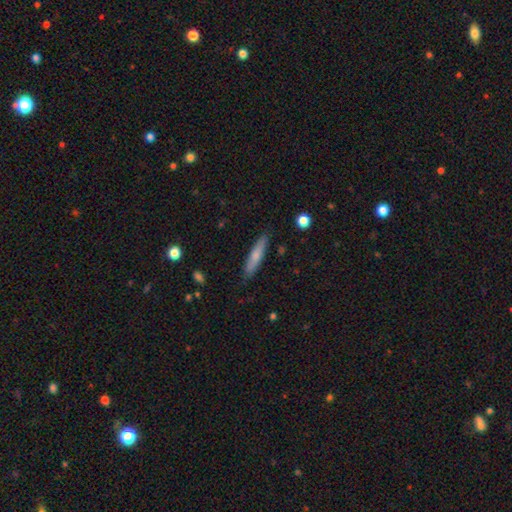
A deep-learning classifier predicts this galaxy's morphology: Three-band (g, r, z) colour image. It shows a smooth galaxy with no disk features (66%) that is cigar-shaped (87%). Merging: none (87%).